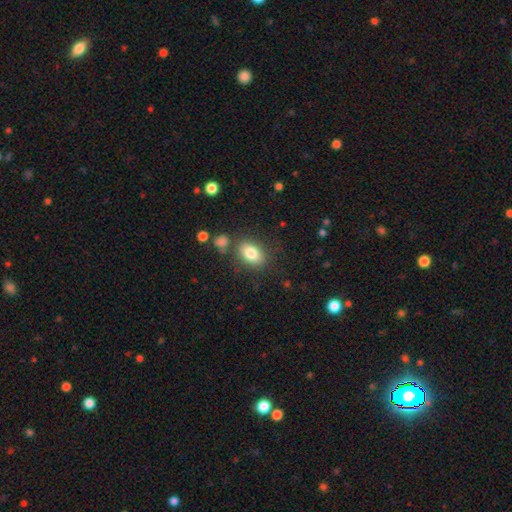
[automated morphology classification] smooth_or_featured: smooth (p=0.81) [alt: featured or disk p=0.10]
how_rounded: in between (p=0.85) [alt: round p=0.13]
merging: none (p=0.79) [alt: minor disturbance p=0.11]